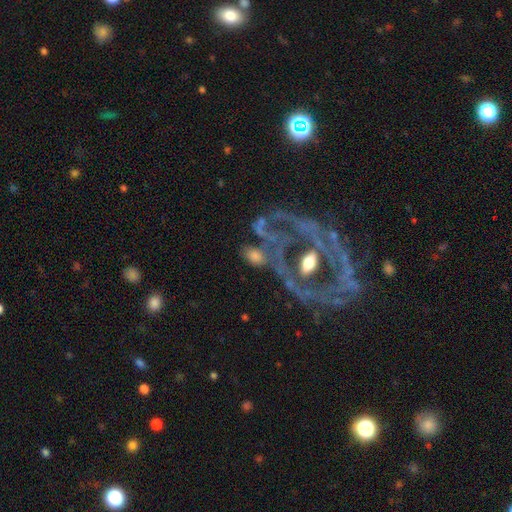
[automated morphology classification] Smooth or featured? featured or disk (65%)
Edge-on disk? no (93%)
Bar? no (53%)
Spiral arms? yes (55%)
Bulge size? moderate (59%)
Merging? none (56%)